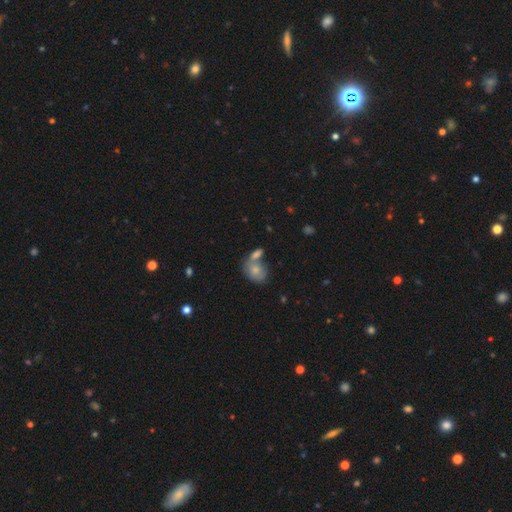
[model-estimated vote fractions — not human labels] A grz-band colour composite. It shows a smooth galaxy with no disk features (67%) that is in between round and cigar-shaped (63%). Merging: none (43%).